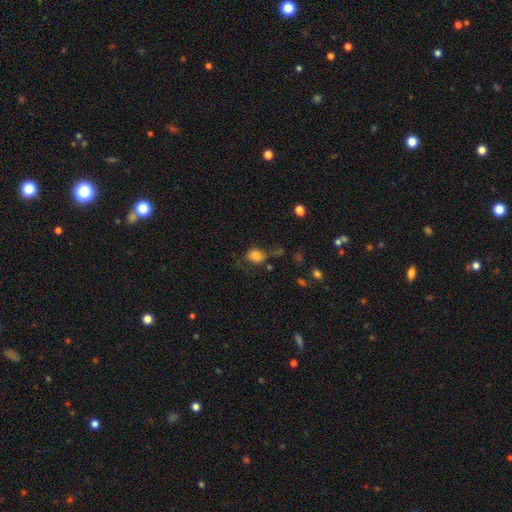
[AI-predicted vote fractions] Smooth or featured: smooth — 78% (featured or disk — 12%)
How rounded: in between — 52% (round — 47%)
Merging: none — 46% (minor disturbance — 26%)